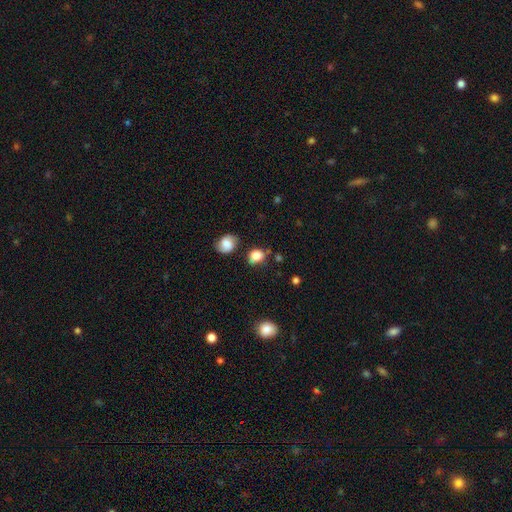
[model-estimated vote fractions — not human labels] Smooth or featured: smooth — 83% (star or artifact — 10%)
How rounded: round — 55% (in between — 44%)
Merging: none — 64% (minor disturbance — 21%)